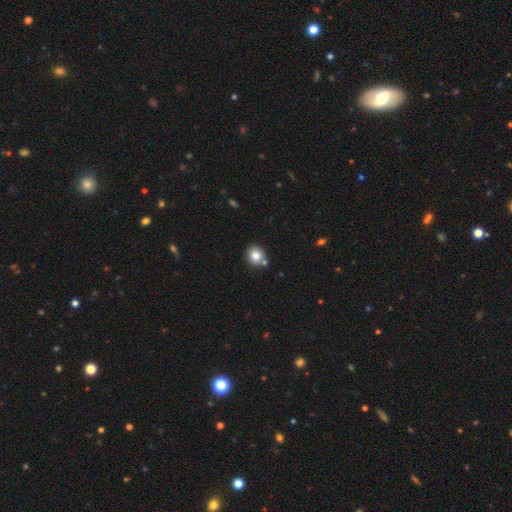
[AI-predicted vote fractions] smooth_or_featured: smooth (p=0.82) [alt: star or artifact p=0.10]
how_rounded: round (p=0.83) [alt: in between p=0.17]
merging: none (p=0.74) [alt: merger p=0.13]